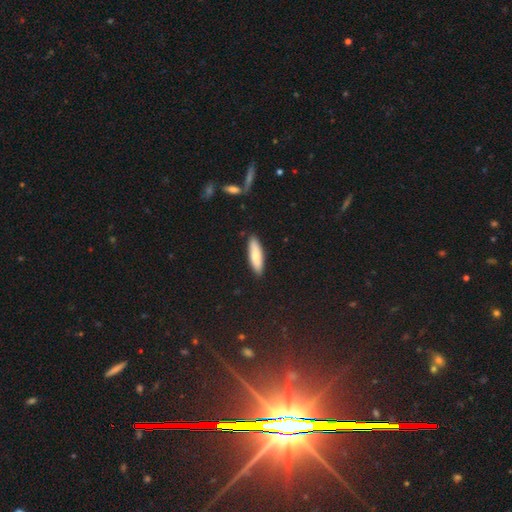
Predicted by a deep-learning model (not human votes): Morphology: type=smooth (79%); roundness=cigar-shaped (63%); merging=none (88%).